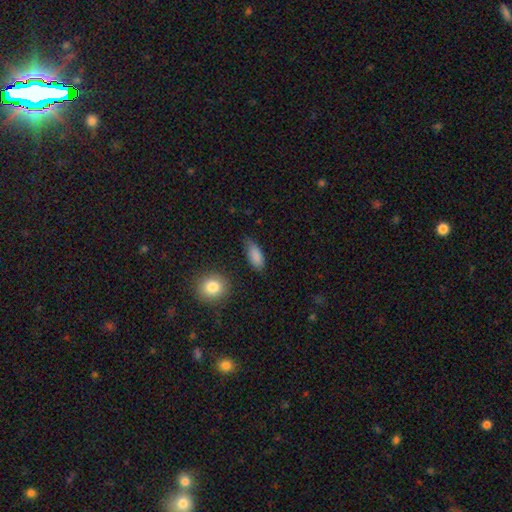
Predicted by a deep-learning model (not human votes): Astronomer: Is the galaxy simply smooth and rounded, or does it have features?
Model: smooth — 87%.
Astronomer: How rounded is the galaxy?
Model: in between — 85%.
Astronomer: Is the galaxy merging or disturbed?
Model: none — 69%.